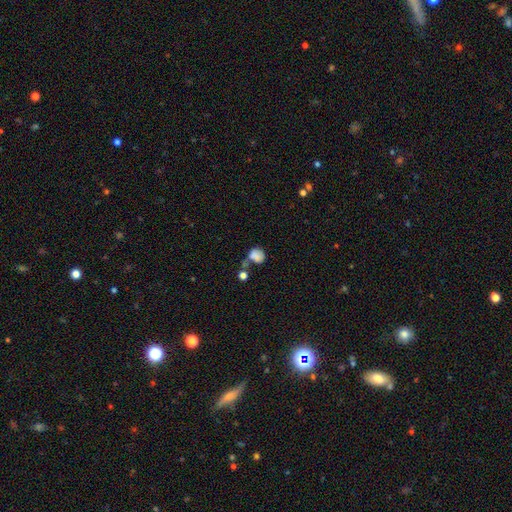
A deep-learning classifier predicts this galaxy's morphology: A smooth galaxy with no disk features (77%) that is round (61%).

Vote fractions:
- Smooth or featured? smooth: 77% / featured or disk: 13% / star or artifact: 11%
- How rounded? round: 61% / in between: 38% / cigar-shaped: 1%
- Merging? none: 32% (tied) / merger: 32% (tied) / minor disturbance: 21% / major disturbance: 16%